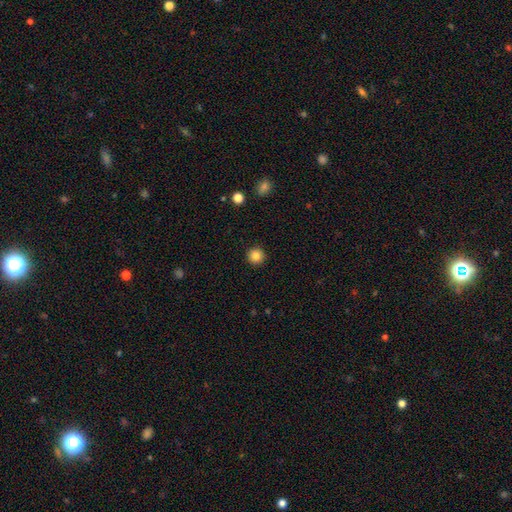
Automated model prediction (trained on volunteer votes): Smooth or featured? smooth (85%)
How rounded? round (95%)
Merging? none (93%)